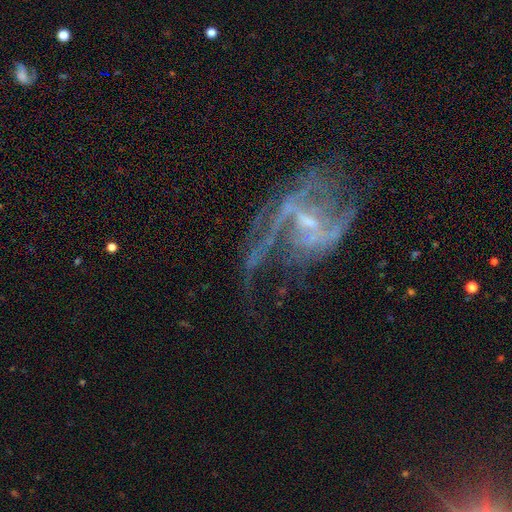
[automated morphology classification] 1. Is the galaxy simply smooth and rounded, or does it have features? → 82% featured or disk, 11% star or artifact, 7% smooth.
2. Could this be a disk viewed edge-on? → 94% no, 6% yes.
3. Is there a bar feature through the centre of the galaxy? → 43% weak, 31% strong, 26% no.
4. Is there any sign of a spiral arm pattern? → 78% yes, 22% no.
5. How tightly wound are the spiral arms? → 56% loose, 32% medium, 12% tight.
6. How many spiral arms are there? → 56% 2, 20% can't tell, 9% 1, 7% 3, 4% 4, 4% more than 4.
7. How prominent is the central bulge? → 58% small, 24% moderate, 14% none, 2% large, 1% dominant.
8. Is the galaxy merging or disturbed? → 40% none, 39% major disturbance, 16% minor disturbance, 6% merger.